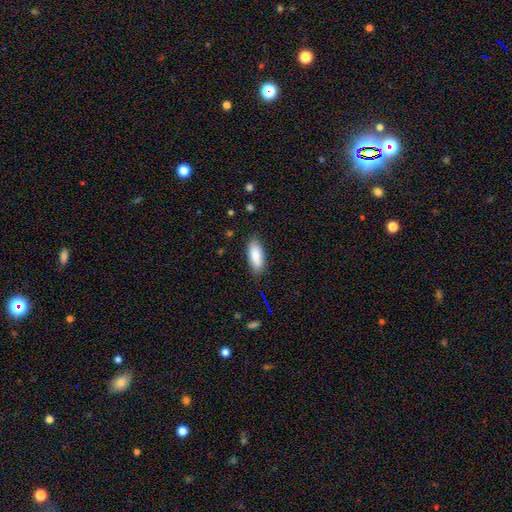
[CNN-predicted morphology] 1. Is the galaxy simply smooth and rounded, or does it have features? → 87% smooth, 7% featured or disk, 6% star or artifact.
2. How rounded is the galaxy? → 78% in between, 20% cigar-shaped, 2% round.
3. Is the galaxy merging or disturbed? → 85% none, 11% minor disturbance, 2% major disturbance, 1% merger.